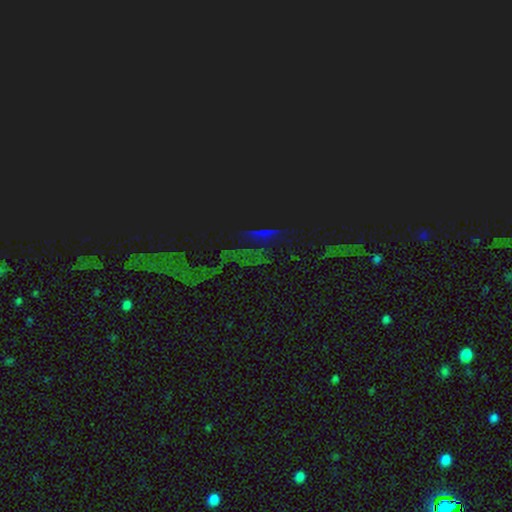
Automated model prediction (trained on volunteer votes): Smooth or featured? star or artifact (79%)